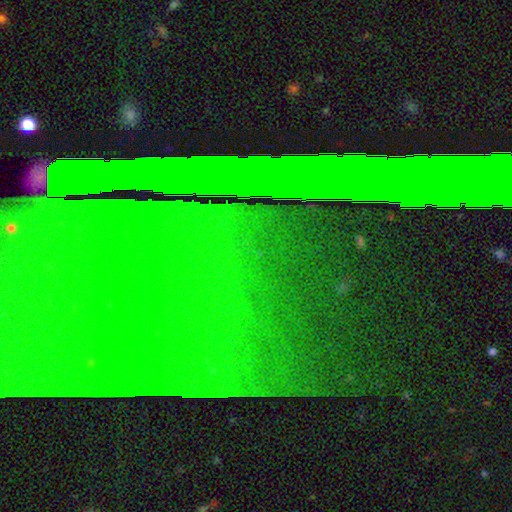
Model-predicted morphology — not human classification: A star or artifact, not a galaxy (82%).

Vote fractions:
- Smooth or featured? star or artifact: 82% / featured or disk: 10% / smooth: 8%